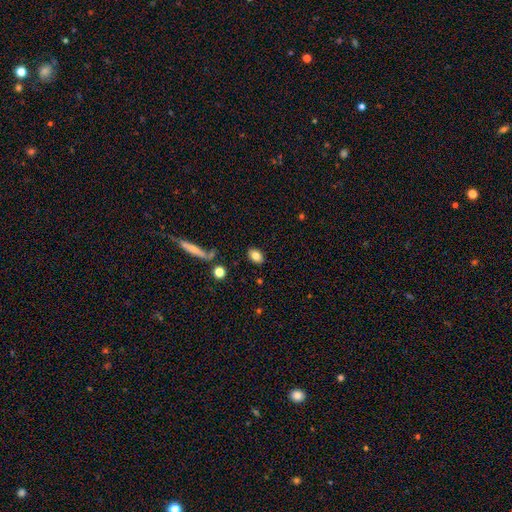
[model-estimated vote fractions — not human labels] Q: Smooth or featured?
A: smooth (80%); runner-up: featured or disk (11%)
Q: How rounded?
A: in between (81%); runner-up: round (16%)
Q: Merging?
A: none (84%); runner-up: minor disturbance (10%)